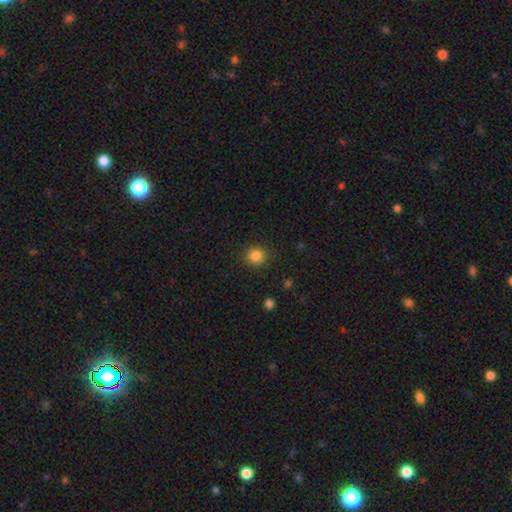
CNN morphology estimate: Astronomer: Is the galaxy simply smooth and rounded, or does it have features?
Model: smooth — 85%.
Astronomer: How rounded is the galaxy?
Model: round — 87%.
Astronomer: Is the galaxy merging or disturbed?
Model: none — 89%.